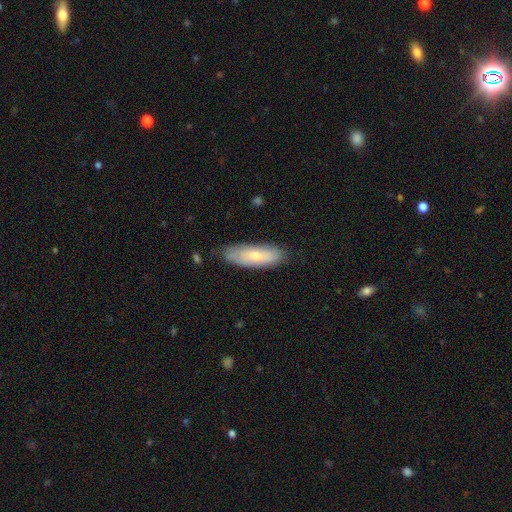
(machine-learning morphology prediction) Smooth or featured: smooth — 69% (featured or disk — 25%)
How rounded: in between — 58% (cigar-shaped — 40%)
Merging: none — 74% (minor disturbance — 21%)